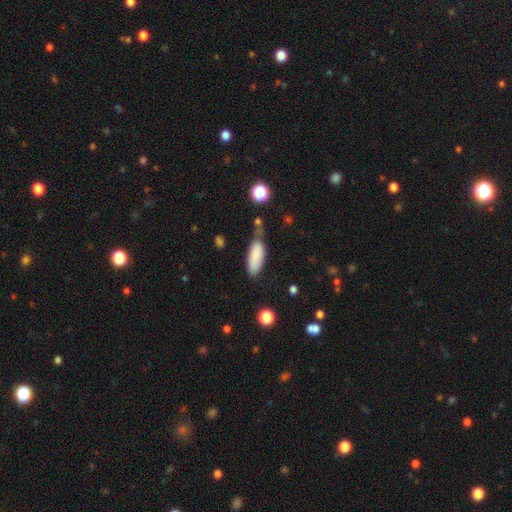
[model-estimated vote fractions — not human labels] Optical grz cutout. It shows a smooth galaxy with no disk features (84%) that is in between round and cigar-shaped (70%). Merging: none (49%).